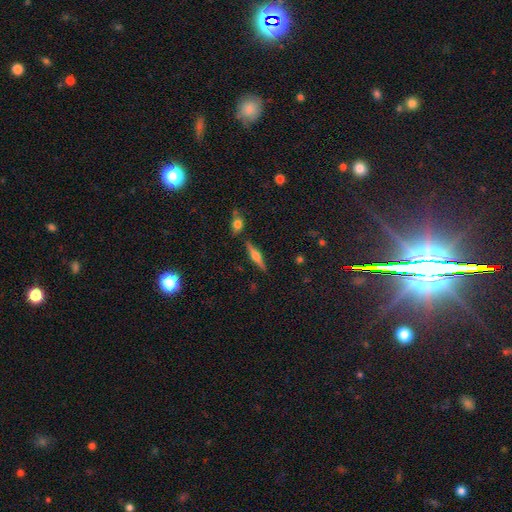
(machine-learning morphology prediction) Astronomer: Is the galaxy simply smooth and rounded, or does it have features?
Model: featured or disk — 64%.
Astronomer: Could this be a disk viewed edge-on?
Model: yes — 97%.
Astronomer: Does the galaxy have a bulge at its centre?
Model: rounded — 88%.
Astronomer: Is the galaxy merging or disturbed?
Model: none — 84%.